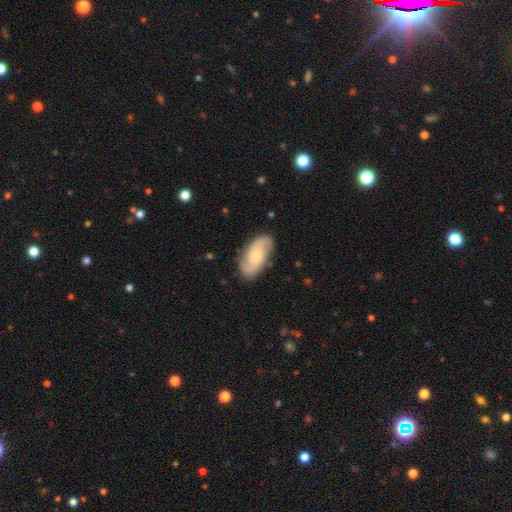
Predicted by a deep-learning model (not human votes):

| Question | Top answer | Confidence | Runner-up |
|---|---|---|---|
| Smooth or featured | featured or disk | 71% | smooth (23%) |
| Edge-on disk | no | 96% | yes (4%) |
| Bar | no | 65% | weak (30%) |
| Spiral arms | yes | 94% | no (6%) |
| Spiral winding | medium | 44% | loose (28%) |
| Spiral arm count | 2 | 87% | can't tell (7%) |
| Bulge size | small | 57% | moderate (33%) |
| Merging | none | 82% | minor disturbance (13%) |